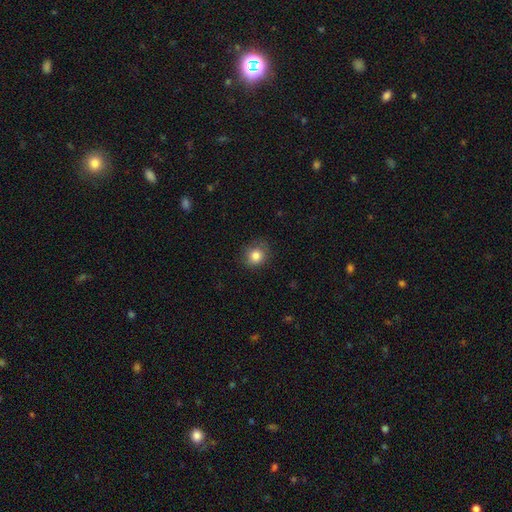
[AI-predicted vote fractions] The model was most divided on "merging": none: 77%, minor disturbance: 17%, major disturbance: 4%, merger: 1%. More confident: smooth or featured — smooth (83%); how rounded — round (82%).